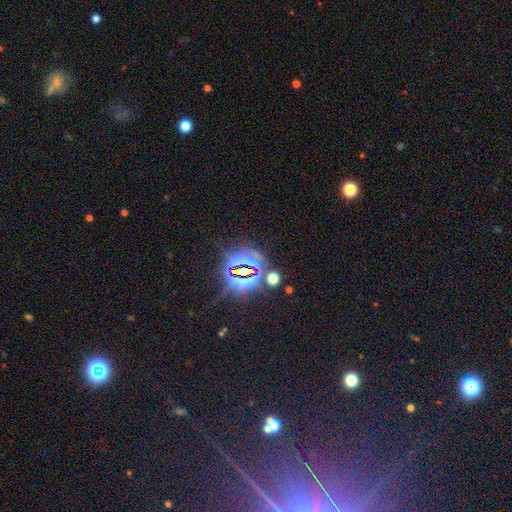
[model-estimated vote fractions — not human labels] A star or artifact, not a galaxy (81%).

Vote fractions:
- Smooth or featured? star or artifact: 81% / smooth: 11% / featured or disk: 8%